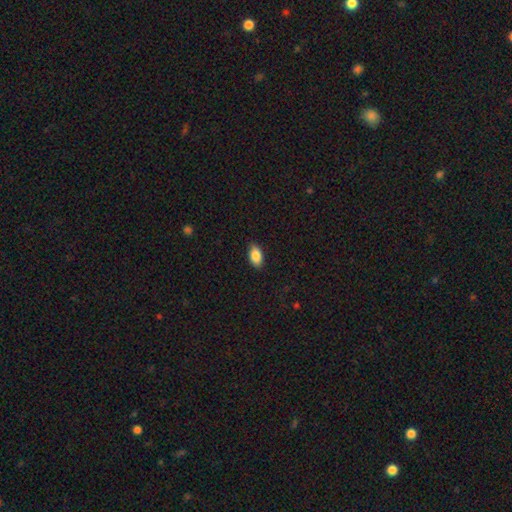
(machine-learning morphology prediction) Smooth or featured: smooth — 87% (star or artifact — 7%)
How rounded: in between — 92% (round — 5%)
Merging: none — 87% (minor disturbance — 10%)